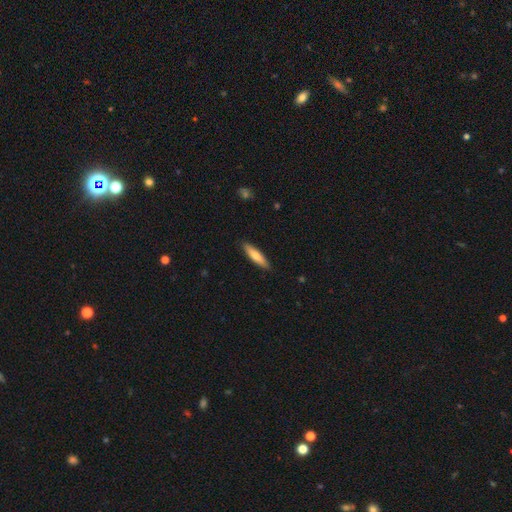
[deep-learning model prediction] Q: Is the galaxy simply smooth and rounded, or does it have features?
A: smooth — 69%.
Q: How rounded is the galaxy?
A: cigar-shaped — 77%.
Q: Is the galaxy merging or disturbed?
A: none — 89%.